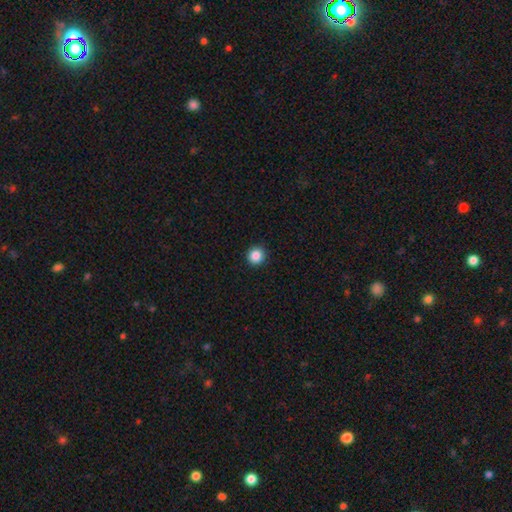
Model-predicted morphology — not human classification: smooth 87%, star or artifact 10%, featured or disk 3%. Down the decision tree: how rounded — round (96%); merging — none (93%).